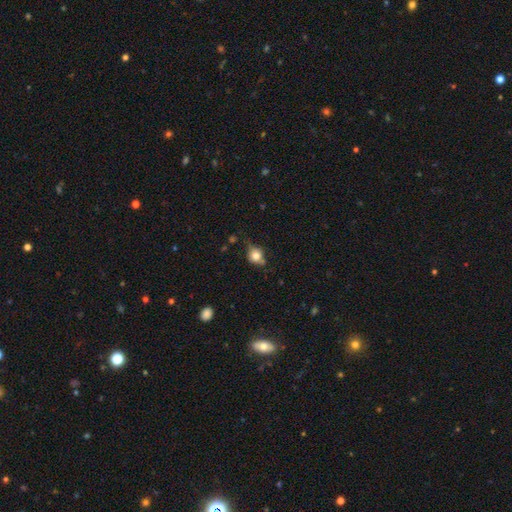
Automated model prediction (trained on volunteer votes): Q: Smooth or featured?
A: smooth (69%); runner-up: featured or disk (19%)
Q: How rounded?
A: round (75%); runner-up: in between (23%)
Q: Merging?
A: none (60%); runner-up: minor disturbance (26%)